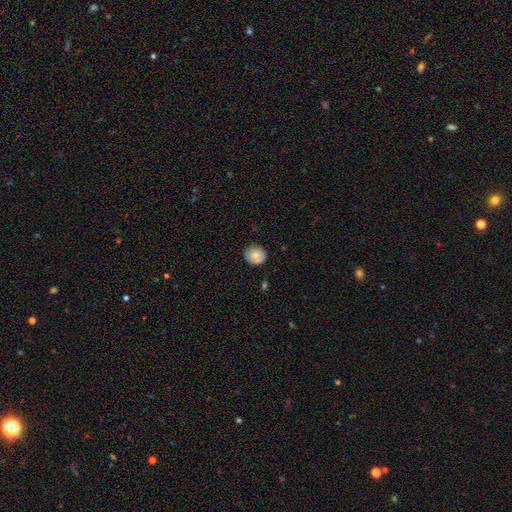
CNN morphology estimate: A smooth galaxy with no disk features (76%) that is round (87%). Merging: none (83%).